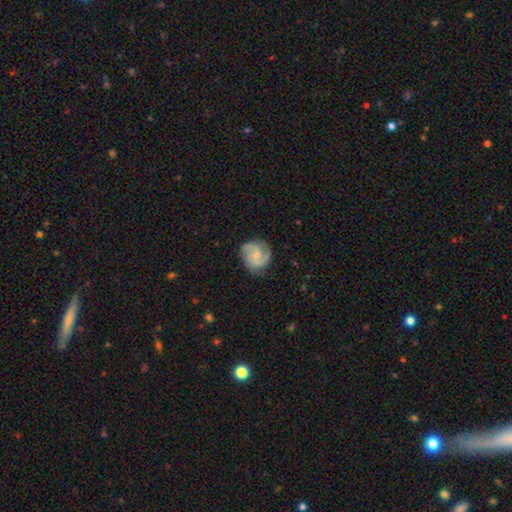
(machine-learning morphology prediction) type=featured or disk (75%); edge-on=no (98%); bar=no (55%); spiral arms=yes (95%); winding=medium (52%); arm count=2 (61%); bulge=small (60%); merging=none (76%).